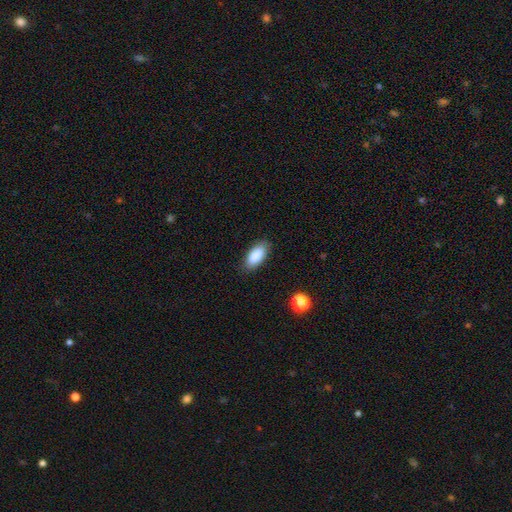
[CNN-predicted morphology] smooth-or-featured: smooth: 88% | star or artifact: 7% | featured or disk: 6%
  how-rounded: in between: 88% | cigar-shaped: 10% | round: 2%
  merging: none: 86% | minor disturbance: 10% | major disturbance: 2% | merger: 1%